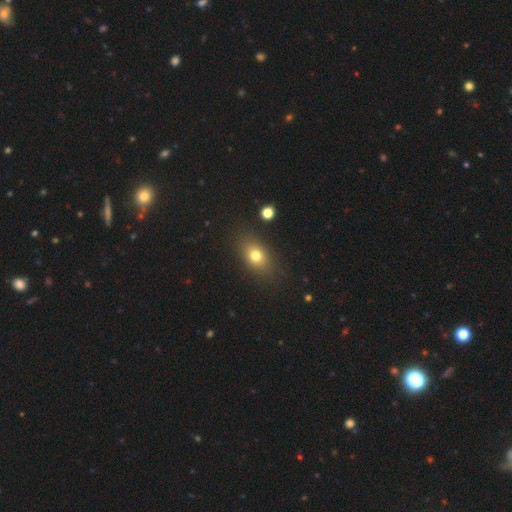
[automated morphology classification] type=smooth (75%); roundness=in between (73%); merging=none (85%).